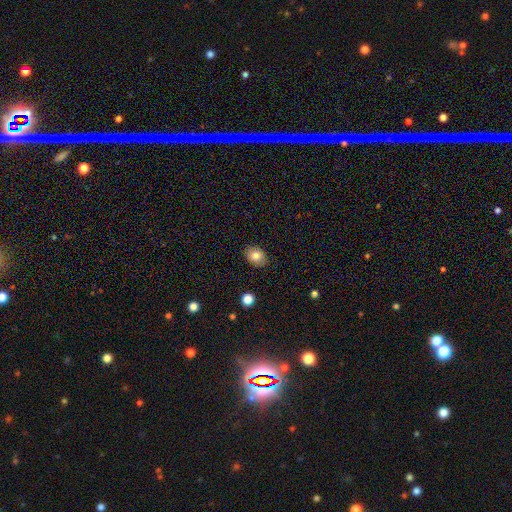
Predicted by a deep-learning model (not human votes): smooth-or-featured: smooth: 82% | featured or disk: 9% | star or artifact: 9%
  how-rounded: in between: 63% | round: 36% | cigar-shaped: 1%
  merging: none: 88% | minor disturbance: 9% | major disturbance: 2% | merger: 1%